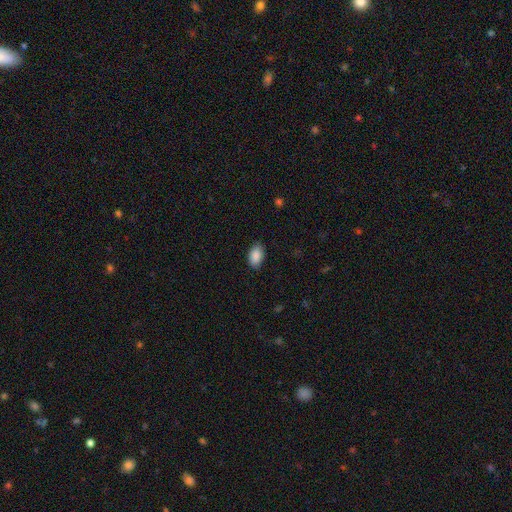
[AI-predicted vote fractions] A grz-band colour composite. It shows a smooth galaxy with no disk features (89%) that is in between round and cigar-shaped (92%). Merging: none (85%).